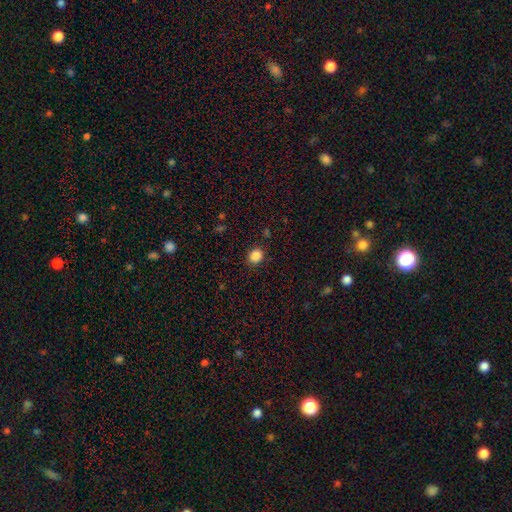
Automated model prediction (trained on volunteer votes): Smooth or featured: smooth — 86% (star or artifact — 10%)
How rounded: round — 68% (in between — 31%)
Merging: none — 89% (minor disturbance — 8%)